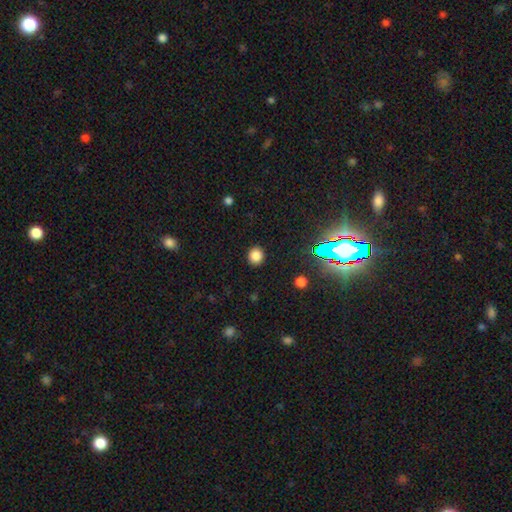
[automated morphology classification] smooth 82%, star or artifact 14%, featured or disk 4%. Down the decision tree: how rounded — round (83%); merging — none (91%).